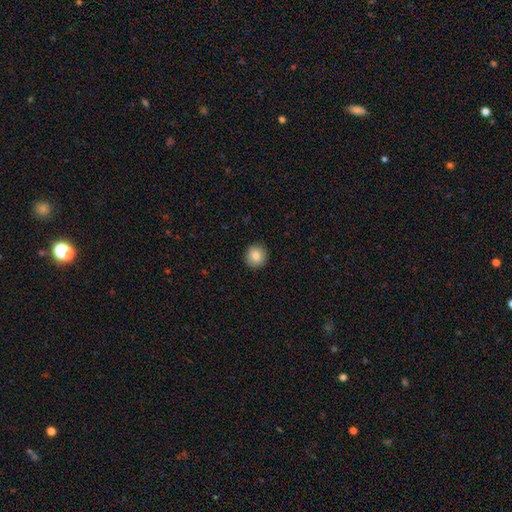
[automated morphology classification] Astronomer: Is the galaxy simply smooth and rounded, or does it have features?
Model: smooth — 84%.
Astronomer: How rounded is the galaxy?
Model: round — 92%.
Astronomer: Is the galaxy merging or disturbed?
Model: none — 92%.